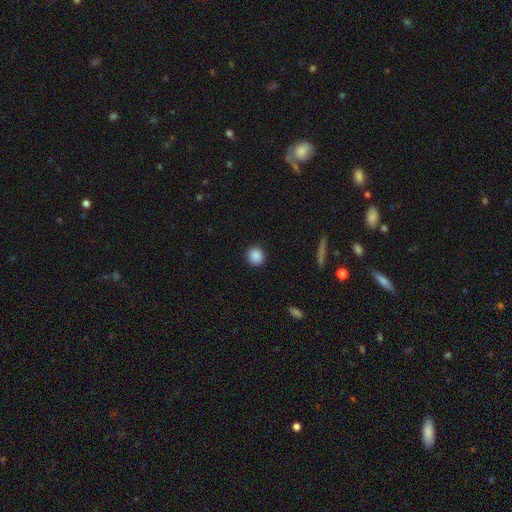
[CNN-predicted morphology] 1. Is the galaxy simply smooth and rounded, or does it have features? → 89% smooth, 8% star or artifact, 3% featured or disk.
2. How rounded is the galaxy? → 86% round, 13% in between, 1% cigar-shaped.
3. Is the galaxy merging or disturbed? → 92% none, 6% minor disturbance, 2% major disturbance, 1% merger.